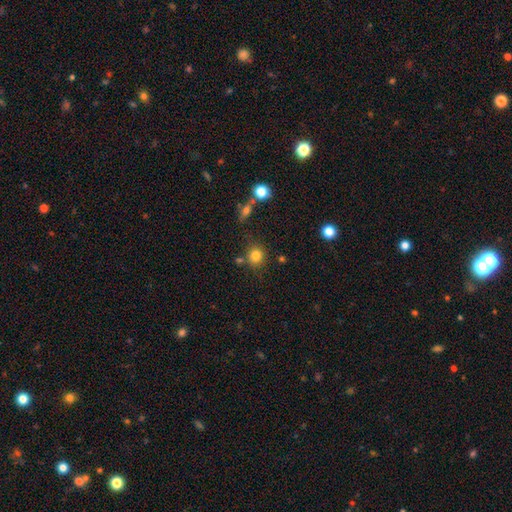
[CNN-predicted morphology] smooth-or-featured: smooth: 81% | star or artifact: 12% | featured or disk: 6%
  how-rounded: round: 86% | in between: 13% | cigar-shaped: 1%
  merging: none: 76% | minor disturbance: 11% | merger: 9% | major disturbance: 4%